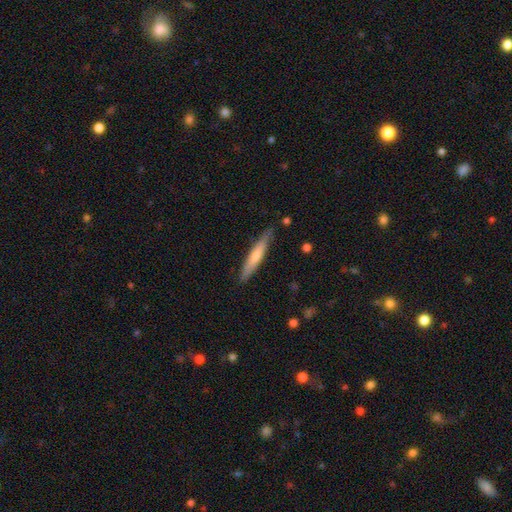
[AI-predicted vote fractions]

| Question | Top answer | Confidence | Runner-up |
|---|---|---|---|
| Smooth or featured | smooth | 47% | tied: featured or disk (47%) |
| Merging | none | 86% | minor disturbance (11%) |